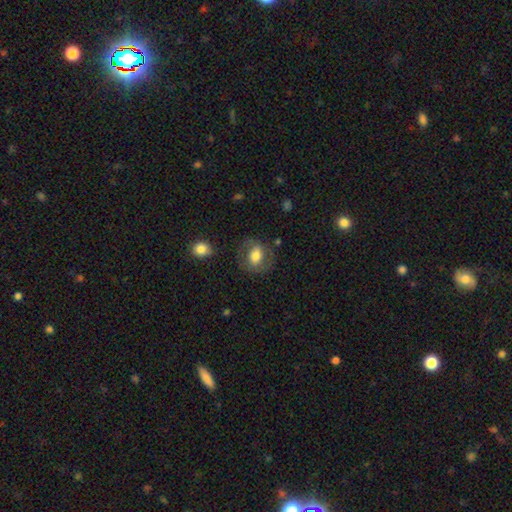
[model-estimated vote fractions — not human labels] Smooth or featured: smooth — 60% (featured or disk — 32%)
How rounded: in between — 53% (round — 46%)
Merging: none — 72% (minor disturbance — 16%)